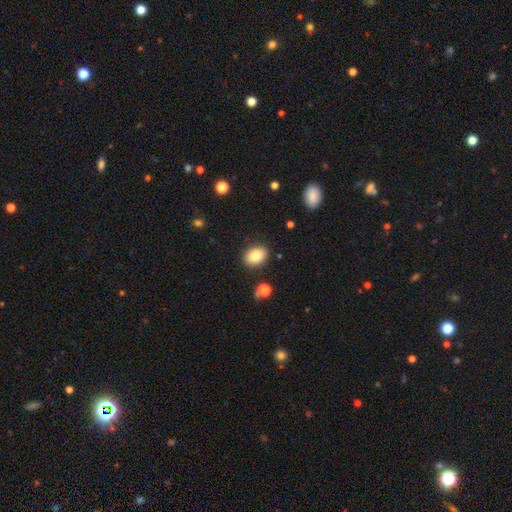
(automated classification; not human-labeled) Smooth or featured? smooth (83%)
How rounded? in between (74%)
Merging? none (87%)